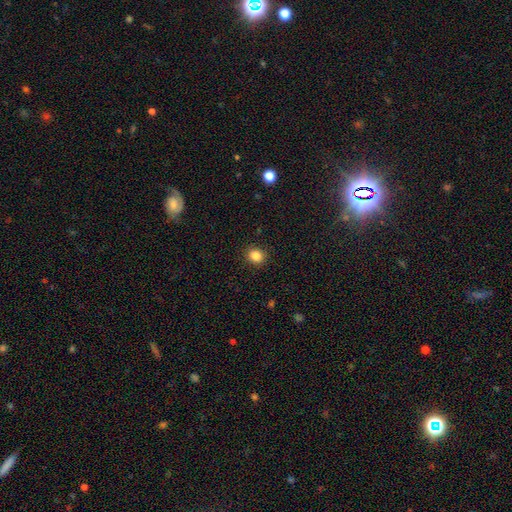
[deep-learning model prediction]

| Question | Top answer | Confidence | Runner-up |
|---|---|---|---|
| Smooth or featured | smooth | 85% | star or artifact (11%) |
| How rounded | round | 78% | in between (21%) |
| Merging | none | 90% | minor disturbance (6%) |